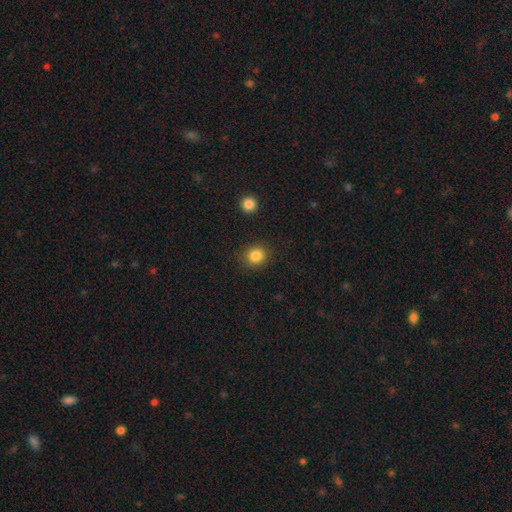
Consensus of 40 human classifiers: smooth 90%, star or artifact 10%, featured or disk 0%. Down the decision tree: how rounded — round (86%); merging — none (94%).